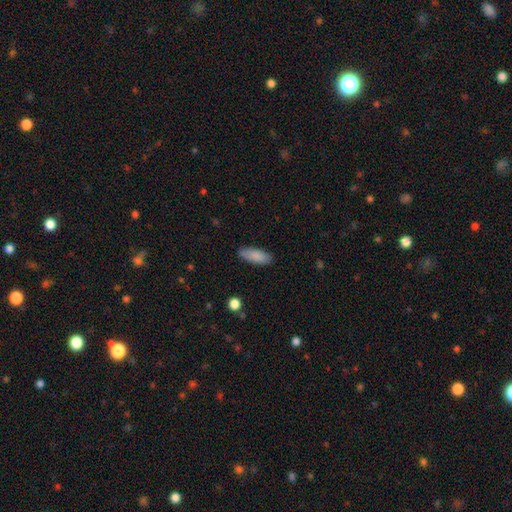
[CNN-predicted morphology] smooth 87%, featured or disk 7%, star or artifact 6%. Down the decision tree: how rounded — in between (72%); merging — none (83%).